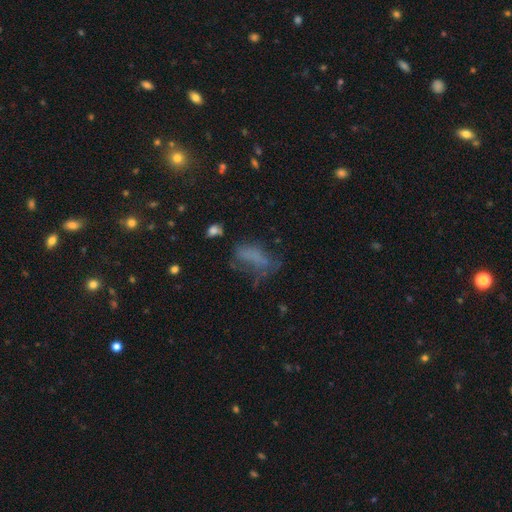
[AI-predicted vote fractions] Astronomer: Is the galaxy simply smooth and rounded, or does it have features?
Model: smooth — 53%.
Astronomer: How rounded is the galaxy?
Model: in between — 78%.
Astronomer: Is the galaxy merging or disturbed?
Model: major disturbance — 37% (runner-up: none, 34%).